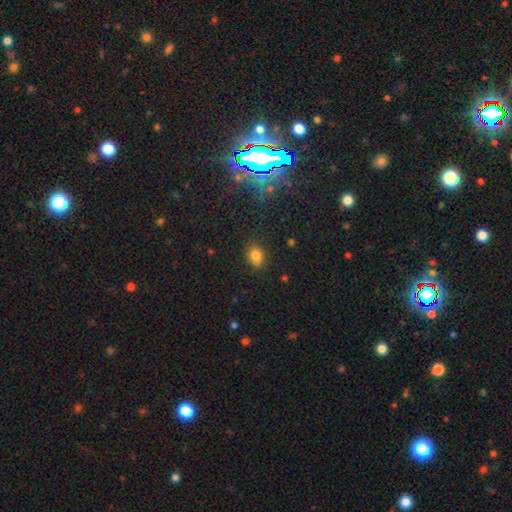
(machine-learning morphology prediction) Smooth or featured? smooth (81%)
How rounded? in between (65%)
Merging? none (82%)